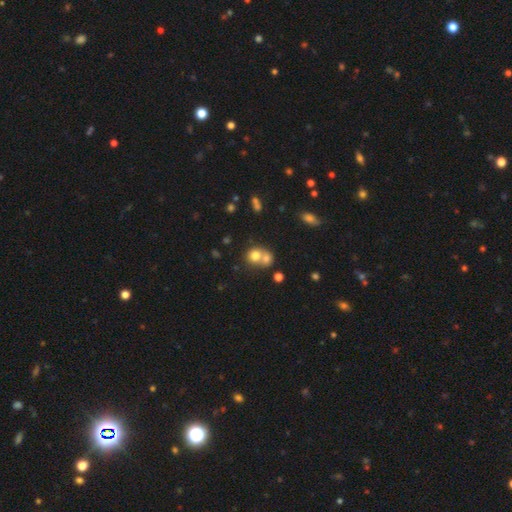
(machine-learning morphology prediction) Smooth or featured? Predicted: smooth (p=0.73). How rounded? Predicted: round (p=0.75). Merging? Predicted: merger (p=0.60).